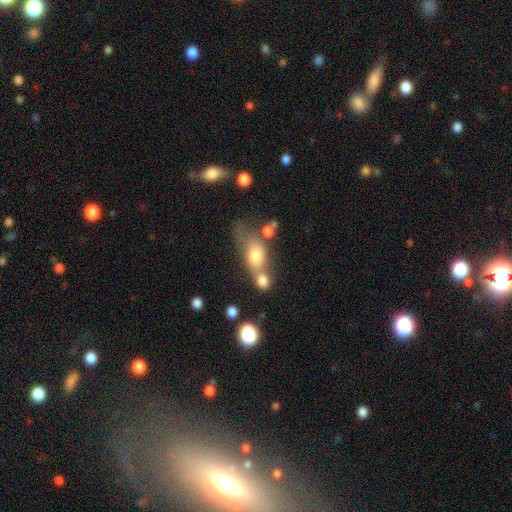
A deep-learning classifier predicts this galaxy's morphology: smooth_or_featured: smooth (p=0.71) [alt: featured or disk p=0.19]
how_rounded: in between (p=0.68) [alt: round p=0.24]
merging: merger (p=0.51) [alt: none p=0.24]